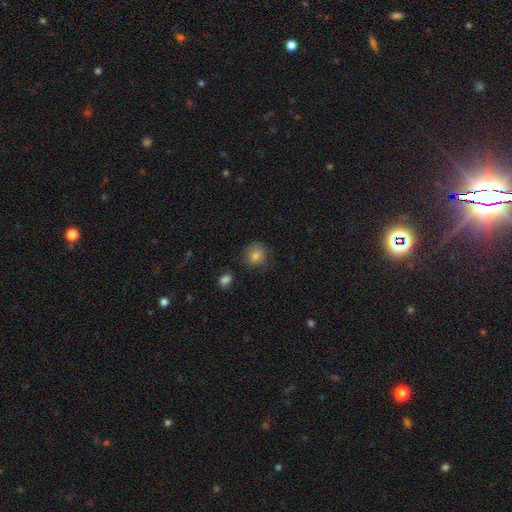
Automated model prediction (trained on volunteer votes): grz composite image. It shows a smooth galaxy with no disk features (80%) that is round (76%). Merging: none (73%).